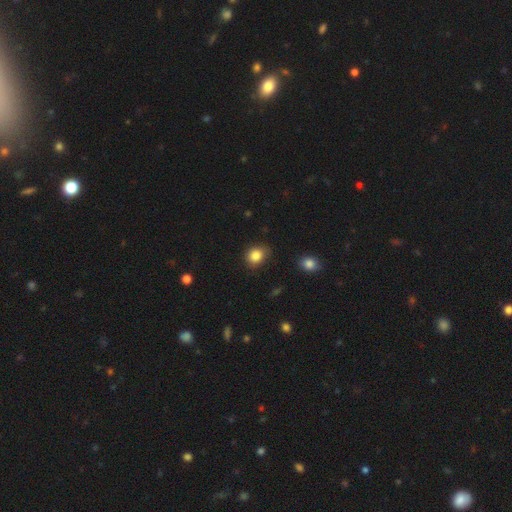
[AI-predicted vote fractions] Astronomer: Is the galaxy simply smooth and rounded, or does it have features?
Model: smooth — 85%.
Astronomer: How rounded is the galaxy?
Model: round — 64%.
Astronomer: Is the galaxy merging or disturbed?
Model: none — 80%.